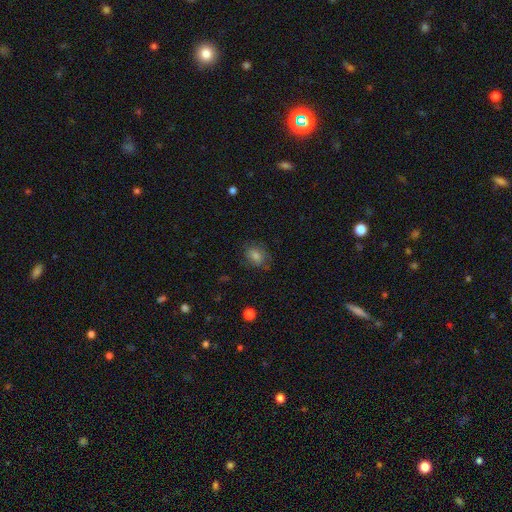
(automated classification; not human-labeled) smooth_or_featured: smooth (p=0.67) [alt: featured or disk p=0.19]
how_rounded: in between (p=0.60) [alt: round p=0.38]
merging: none (p=0.74) [alt: minor disturbance p=0.18]